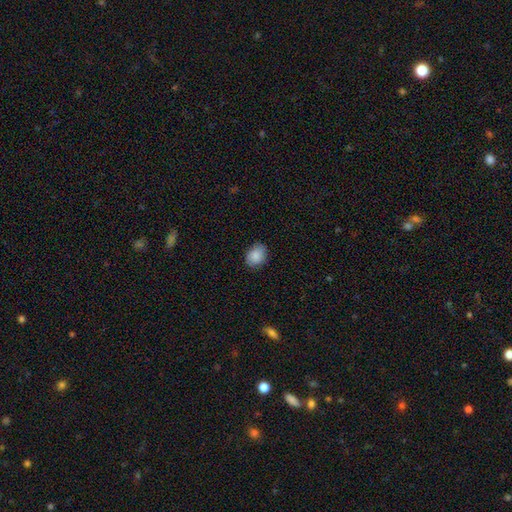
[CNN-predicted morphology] Smooth or featured?
  - smooth: 87% *
  - star or artifact: 8%
  - featured or disk: 6%
How rounded?
  - in between: 55% *
  - round: 44%
  - cigar-shaped: 1%
Merging?
  - none: 80% *
  - minor disturbance: 16%
  - major disturbance: 3%
  - merger: 1%